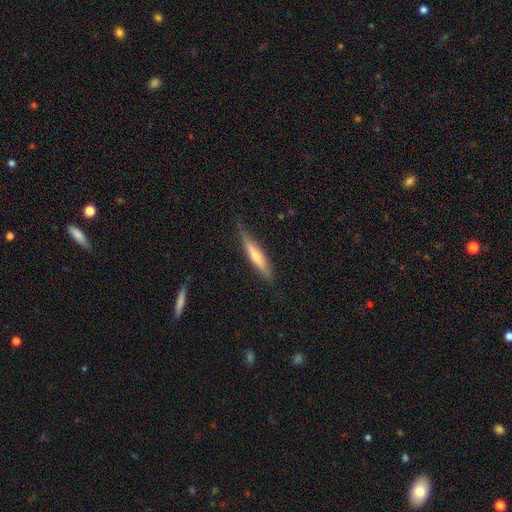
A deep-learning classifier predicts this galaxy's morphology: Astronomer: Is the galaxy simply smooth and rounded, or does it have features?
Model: featured or disk — 48% (runner-up: smooth, 45%).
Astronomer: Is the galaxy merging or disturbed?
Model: none — 78%.